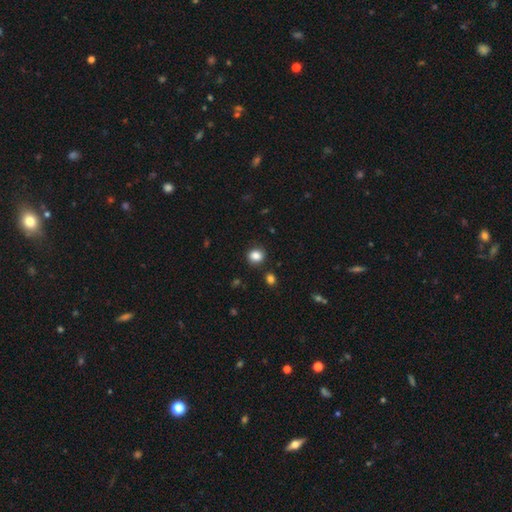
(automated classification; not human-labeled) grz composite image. It shows a smooth galaxy with no disk features (85%) that is round (71%). Merging: none (86%).